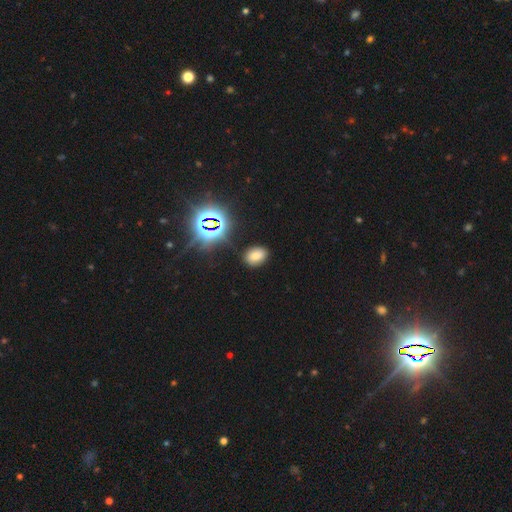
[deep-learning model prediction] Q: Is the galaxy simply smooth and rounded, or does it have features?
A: smooth — 66%.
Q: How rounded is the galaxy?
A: in between — 73%.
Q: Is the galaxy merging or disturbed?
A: none — 85%.